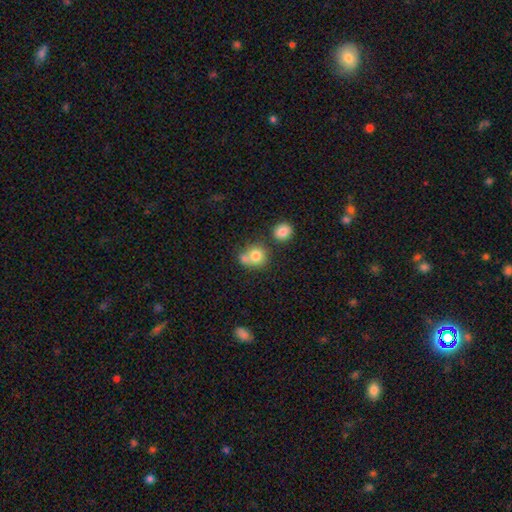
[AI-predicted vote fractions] Smooth or featured? smooth (77%)
How rounded? round (82%)
Merging? none (45%)